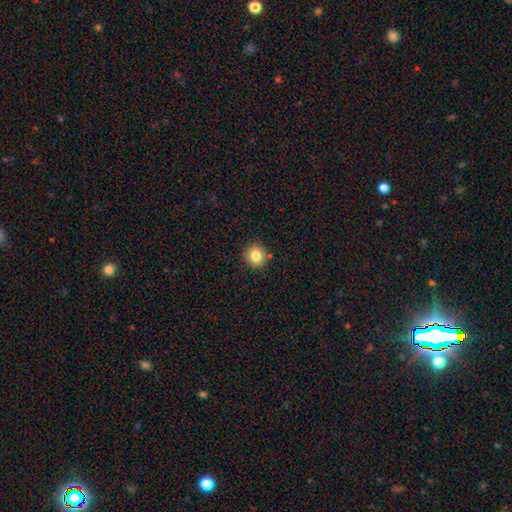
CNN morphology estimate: Smooth or featured: smooth — 82% (star or artifact — 10%)
How rounded: round — 84% (in between — 15%)
Merging: none — 87% (minor disturbance — 9%)